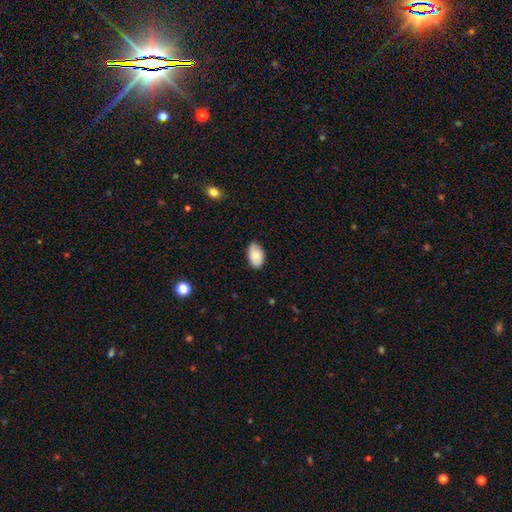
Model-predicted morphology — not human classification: smooth-or-featured: smooth: 85% | featured or disk: 8% | star or artifact: 6%
  how-rounded: in between: 93% | round: 6% | cigar-shaped: 1%
  merging: none: 83% | minor disturbance: 14% | major disturbance: 2% | merger: 1%